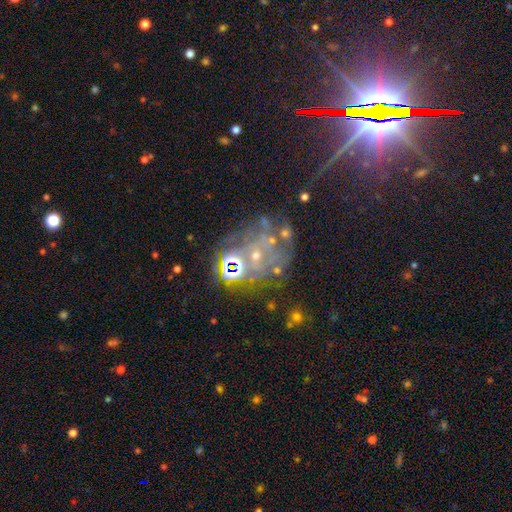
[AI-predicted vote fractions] A star or artifact, not a galaxy (48%).